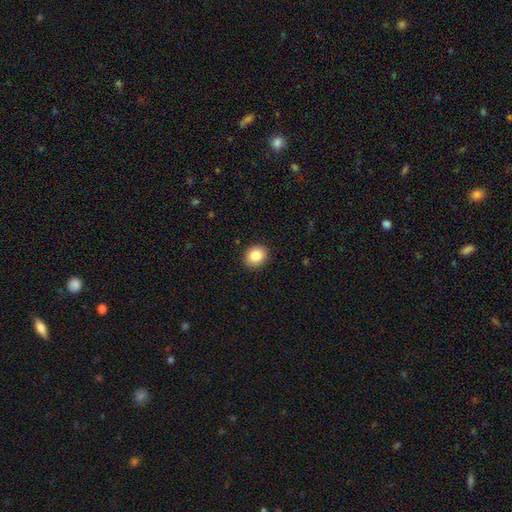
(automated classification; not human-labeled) A smooth galaxy with no disk features (84%) that is round (66%).

Vote fractions:
- Smooth or featured? smooth: 84% / star or artifact: 9% / featured or disk: 7%
- How rounded? round: 66% / in between: 33% / cigar-shaped: 1%
- Merging? none: 91% / minor disturbance: 7% / major disturbance: 2% / merger: 1%